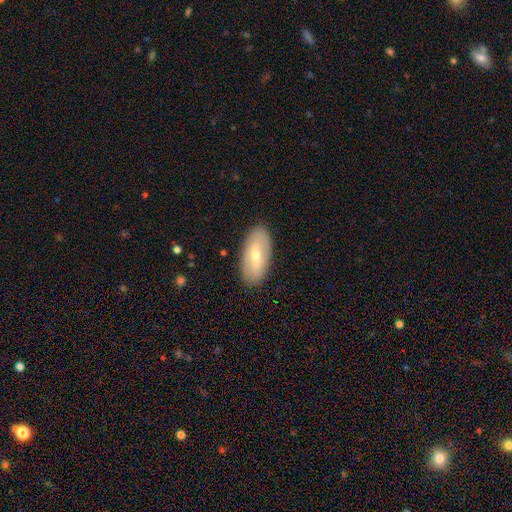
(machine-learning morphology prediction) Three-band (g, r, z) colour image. It shows a smooth galaxy with no disk features (49%). Merging: none (88%).